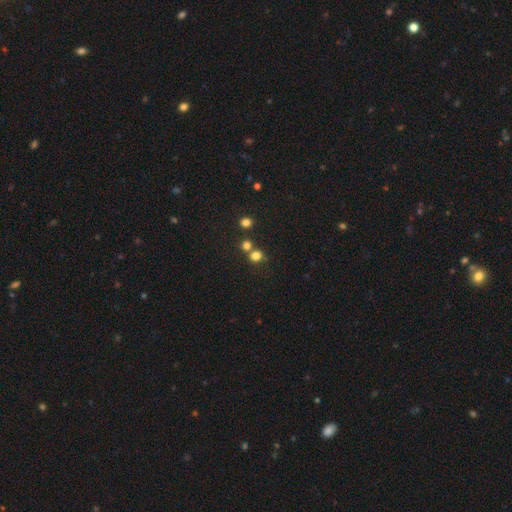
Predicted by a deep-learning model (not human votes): Smooth or featured? smooth (76%)
How rounded? round (81%)
Merging? none (58%)